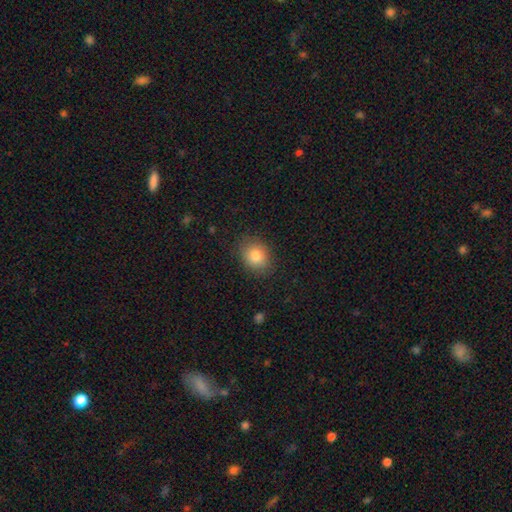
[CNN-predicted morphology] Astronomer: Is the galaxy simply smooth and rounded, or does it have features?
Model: smooth — 82%.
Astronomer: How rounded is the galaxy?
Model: round — 55% (runner-up: in between, 45%).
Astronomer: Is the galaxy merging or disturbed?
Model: none — 86%.